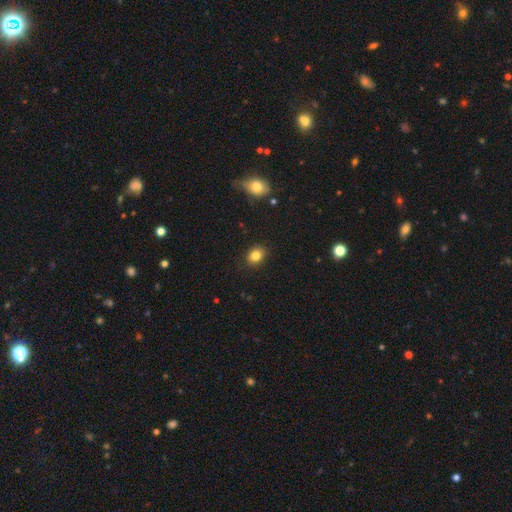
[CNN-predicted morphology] smooth_or_featured: smooth (p=0.83) [alt: star or artifact p=0.11]
how_rounded: round (p=0.54) [alt: in between p=0.45]
merging: none (p=0.87) [alt: minor disturbance p=0.09]